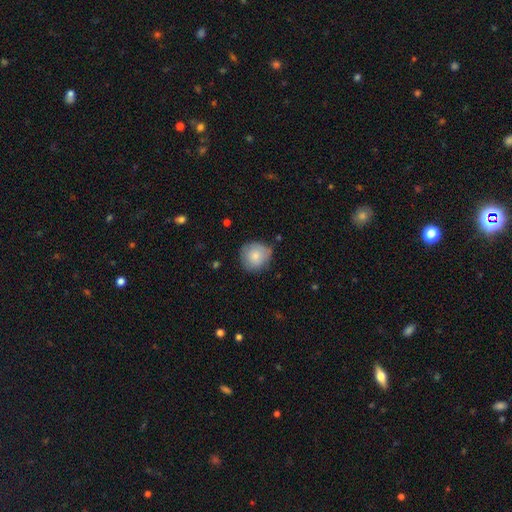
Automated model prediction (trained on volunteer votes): Q: Smooth or featured?
A: smooth (76%); runner-up: featured or disk (17%)
Q: How rounded?
A: round (86%); runner-up: in between (13%)
Q: Merging?
A: none (71%); runner-up: minor disturbance (22%)